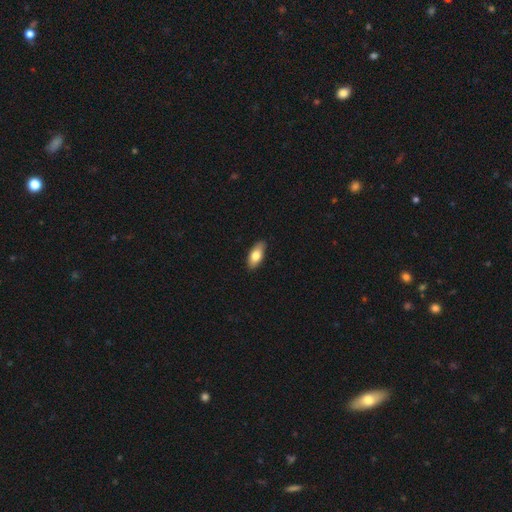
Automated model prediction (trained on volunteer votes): This is likely a smooth galaxy (79%). How rounded: clearly in between (87%). Merging: clearly none (88%).